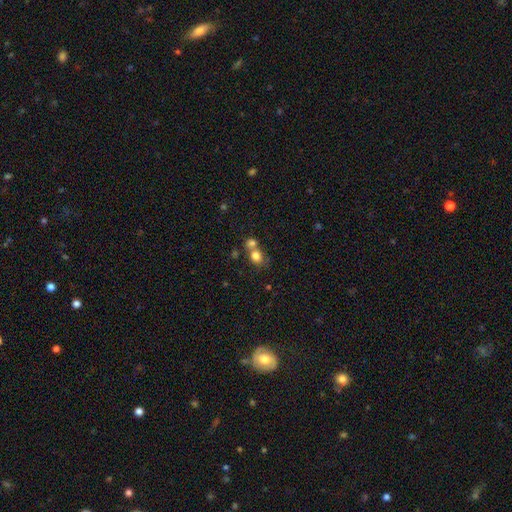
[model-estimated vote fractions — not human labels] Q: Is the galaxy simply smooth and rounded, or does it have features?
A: smooth — 78%.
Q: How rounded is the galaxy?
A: round — 64%.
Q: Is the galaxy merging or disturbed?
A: merger — 52%.